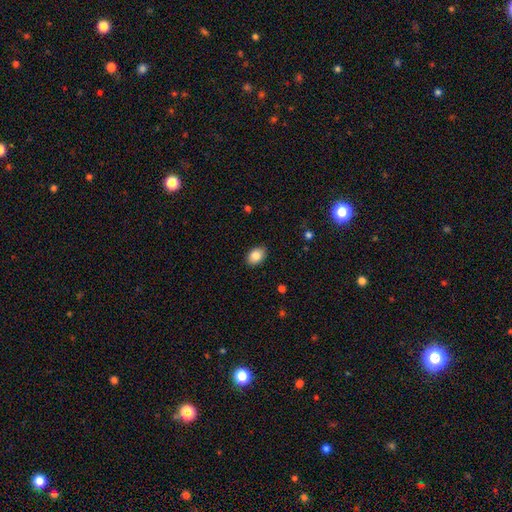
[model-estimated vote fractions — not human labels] Morphology: type=smooth (85%); roundness=in between (80%); merging=none (88%).